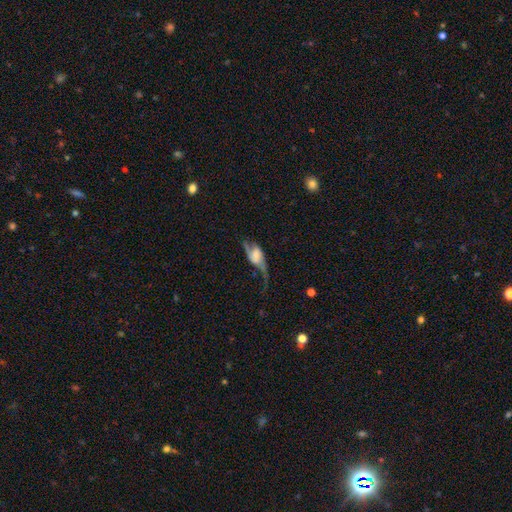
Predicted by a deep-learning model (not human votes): smooth-or-featured: featured or disk: 69% | smooth: 24% | star or artifact: 7%
  disk-edge-on: no: 90% | yes: 10%
    bar: no: 51% | weak: 35% | strong: 14%
    has-spiral-arms: yes: 85% | no: 15%
      spiral-winding: loose: 82% | medium: 14% | tight: 5%
      spiral-arm-count: 2: 78% | 1: 15% | can't tell: 4% | 3: 1% | 4: 1% | more than 4: 1%
    bulge-size: small: 28% | moderate: 27% | large: 20% | none: 19% | dominant: 7%
  merging: major disturbance: 45% | none: 31% | minor disturbance: 19% | merger: 5%